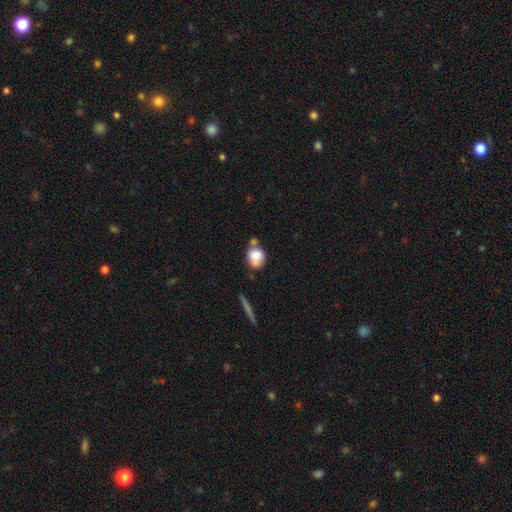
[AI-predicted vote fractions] This is likely a smooth galaxy (75%). How rounded: possibly round (60%). Merging: possibly none (45%).